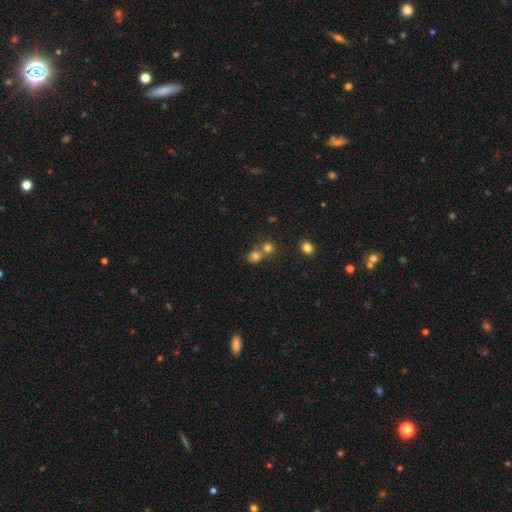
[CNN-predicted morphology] Overall: smooth (74%). How rounded: round (73%). Merging: merger (51%; none 39%).